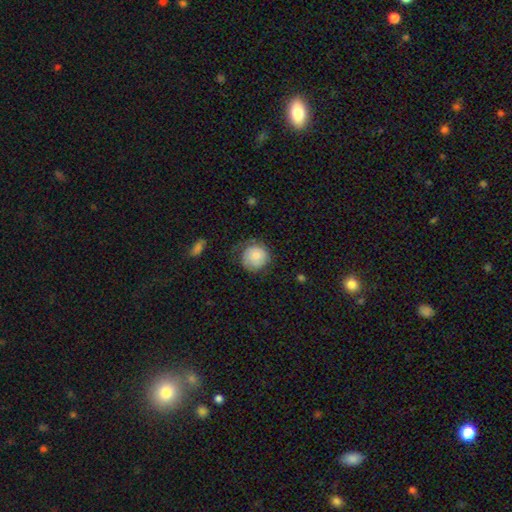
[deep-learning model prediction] A smooth galaxy with no disk features (78%) that is round (89%).

Vote fractions:
- Smooth or featured? smooth: 78% / featured or disk: 15% / star or artifact: 7%
- How rounded? round: 89% / in between: 10% / cigar-shaped: 1%
- Merging? none: 61% / minor disturbance: 26% / major disturbance: 11% / merger: 2%